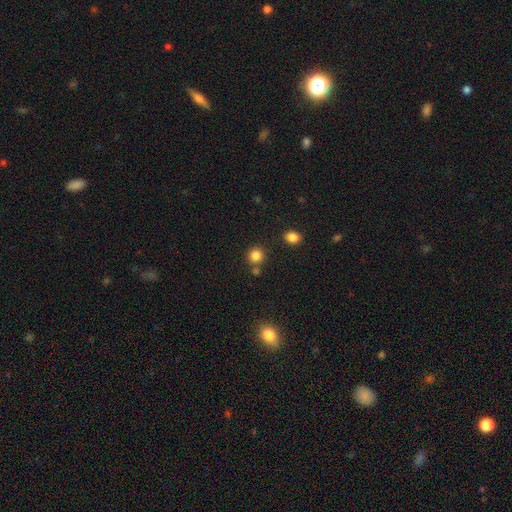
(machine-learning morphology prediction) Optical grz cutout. It shows a smooth galaxy with no disk features (84%) that is round (91%). Merging: none (77%).